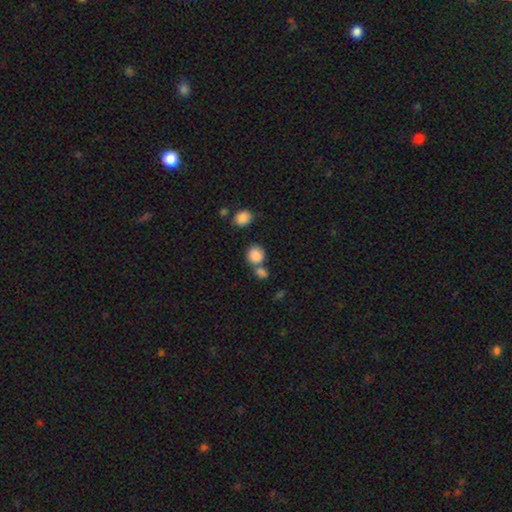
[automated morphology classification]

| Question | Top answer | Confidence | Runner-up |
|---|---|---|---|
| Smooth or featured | smooth | 85% | star or artifact (10%) |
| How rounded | round | 81% | in between (18%) |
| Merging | none | 52% | merger (34%) |